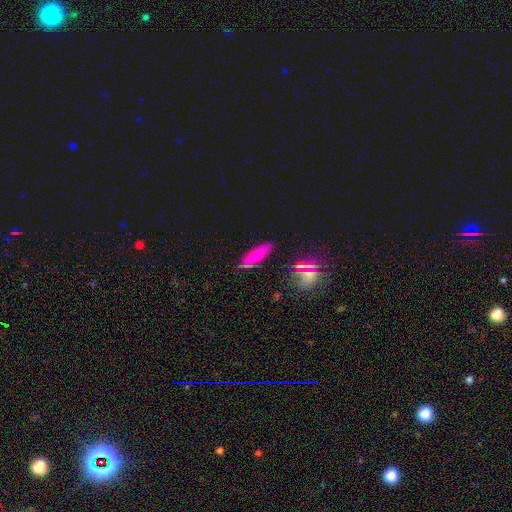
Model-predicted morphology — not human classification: This appears to be a smooth galaxy with no disk features (72%) that is in between round and cigar-shaped (51%). Merging: none (76%).